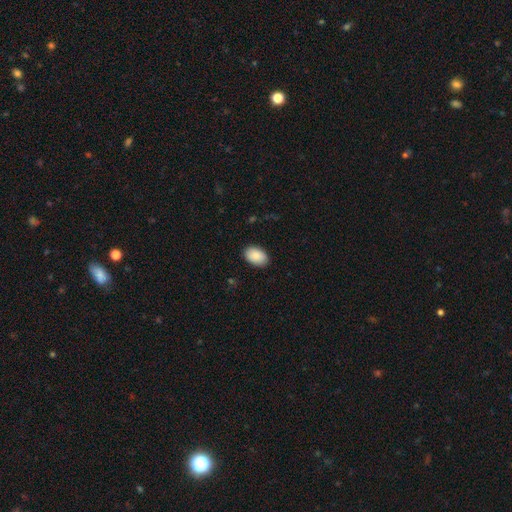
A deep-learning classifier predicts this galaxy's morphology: smooth 89%, star or artifact 6%, featured or disk 5%. Down the decision tree: how rounded — in between (91%); merging — none (88%).